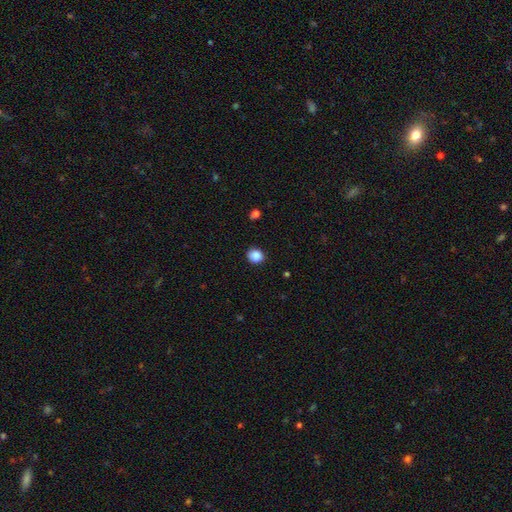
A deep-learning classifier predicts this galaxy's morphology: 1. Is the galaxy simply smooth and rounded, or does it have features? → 87% smooth, 10% star or artifact, 3% featured or disk.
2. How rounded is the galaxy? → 80% round, 19% in between, 1% cigar-shaped.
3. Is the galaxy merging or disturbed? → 88% none, 9% minor disturbance, 2% major disturbance, 1% merger.